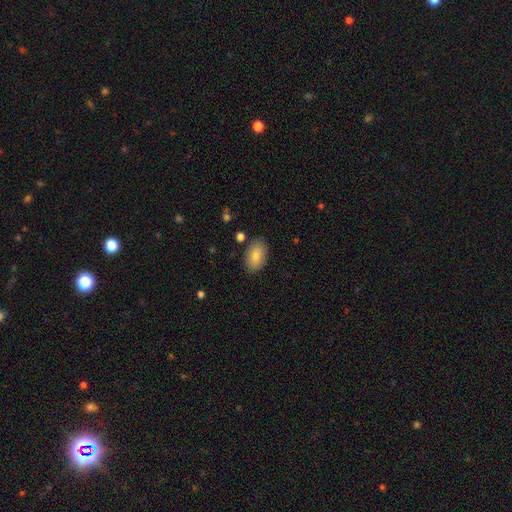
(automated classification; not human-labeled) Smooth or featured?
  - smooth: 82% *
  - featured or disk: 11%
  - star or artifact: 7%
How rounded?
  - in between: 93% *
  - round: 6%
  - cigar-shaped: 2%
Merging?
  - none: 85% *
  - minor disturbance: 11%
  - major disturbance: 3%
  - merger: 2%